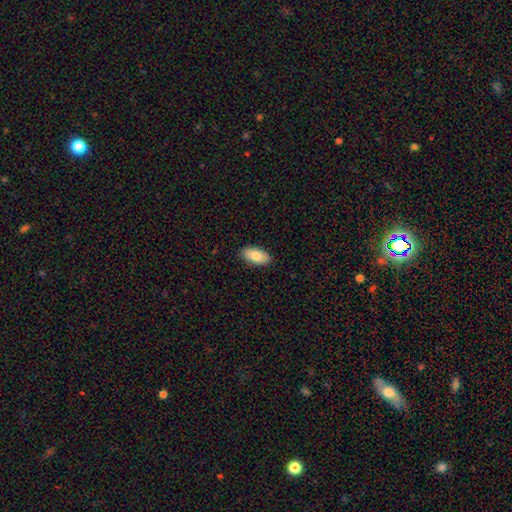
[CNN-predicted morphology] This appears to be a smooth galaxy with no disk features (83%) that is in between round and cigar-shaped (93%). Merging: none (88%).